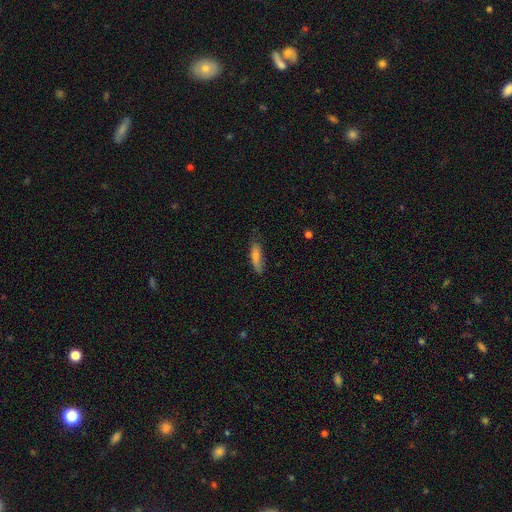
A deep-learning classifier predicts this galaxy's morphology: type=smooth (73%); roundness=cigar-shaped (63%); merging=none (69%).